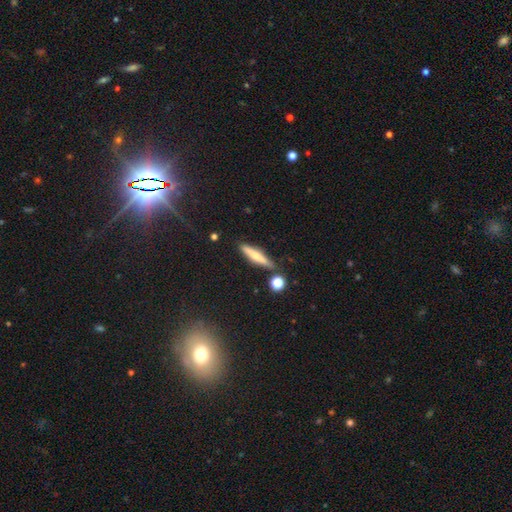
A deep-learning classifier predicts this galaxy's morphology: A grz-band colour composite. It shows a smooth galaxy with no disk features (57%) that is cigar-shaped (87%). Merging: none (82%).